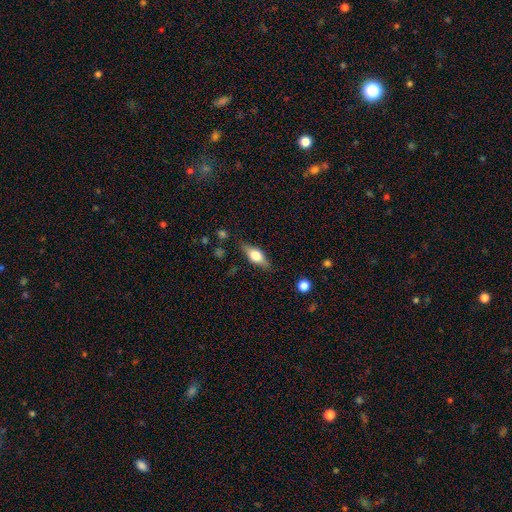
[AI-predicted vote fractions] Smooth or featured? Predicted: smooth (p=0.48). Merging? Predicted: none (p=0.82).